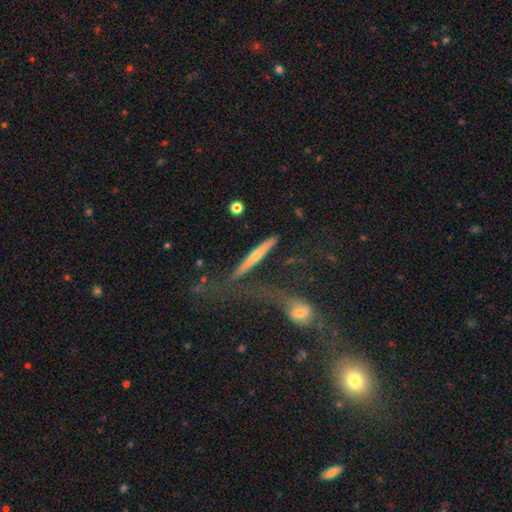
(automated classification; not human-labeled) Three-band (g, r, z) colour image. It shows a smooth galaxy with no disk features (47%). Merging: none (58%).